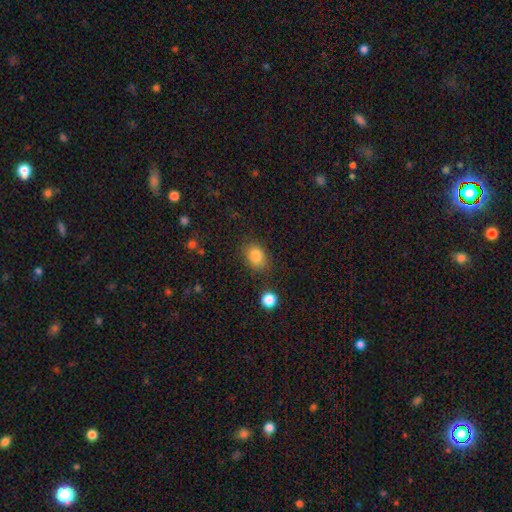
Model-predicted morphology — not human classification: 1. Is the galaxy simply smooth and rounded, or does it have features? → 84% smooth, 10% star or artifact, 6% featured or disk.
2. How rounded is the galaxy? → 65% in between, 34% round, 1% cigar-shaped.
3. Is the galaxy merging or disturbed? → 79% none, 14% minor disturbance, 4% major disturbance, 3% merger.